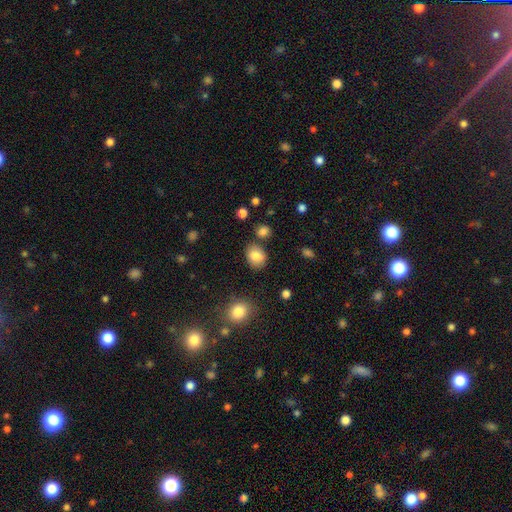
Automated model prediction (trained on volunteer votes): This is clearly a smooth galaxy (84%). How rounded: possibly in between (52%). Merging: likely none (80%).